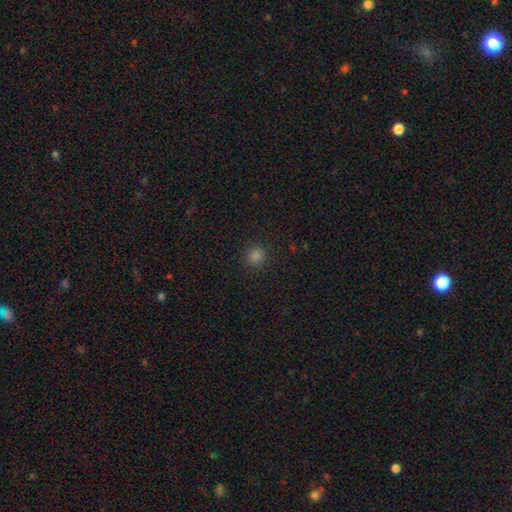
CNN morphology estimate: Smooth or featured? Predicted: smooth (p=0.80). How rounded? Predicted: round (p=0.92). Merging? Predicted: none (p=0.92).